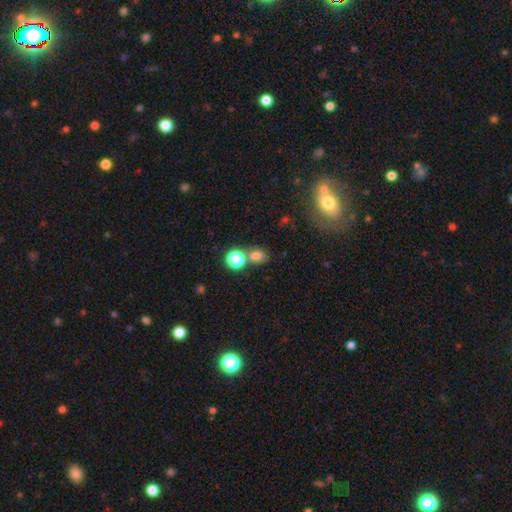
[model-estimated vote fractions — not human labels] A smooth galaxy with no disk features (70%) that is round (58%).

Vote fractions:
- Smooth or featured? smooth: 70% / star or artifact: 21% / featured or disk: 9%
- How rounded? round: 58% / in between: 41% / cigar-shaped: 1%
- Merging? none: 63% / merger: 22% / minor disturbance: 11% / major disturbance: 4%